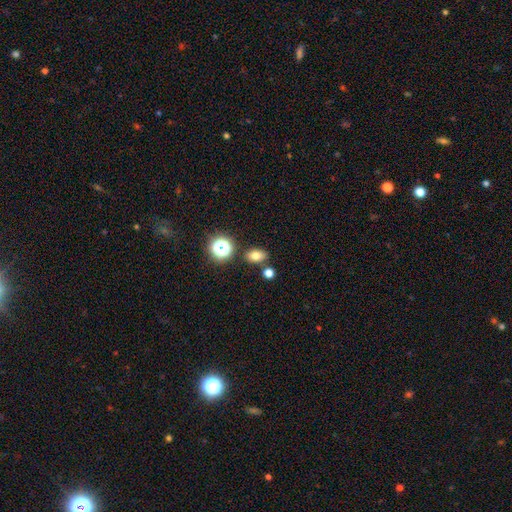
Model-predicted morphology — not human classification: smooth-or-featured: smooth: 72% | star or artifact: 17% | featured or disk: 11%
  how-rounded: in between: 74% | round: 24% | cigar-shaped: 2%
  merging: none: 79% | minor disturbance: 11% | merger: 8% | major disturbance: 3%